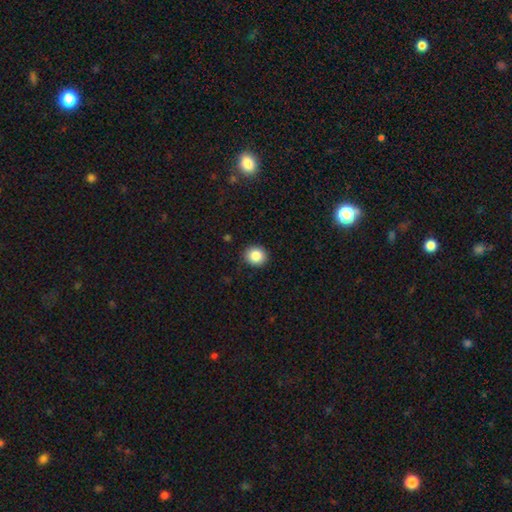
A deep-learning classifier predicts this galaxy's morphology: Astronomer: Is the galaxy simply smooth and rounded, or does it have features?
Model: smooth — 85%.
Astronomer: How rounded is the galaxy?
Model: round — 86%.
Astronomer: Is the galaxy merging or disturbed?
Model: none — 91%.